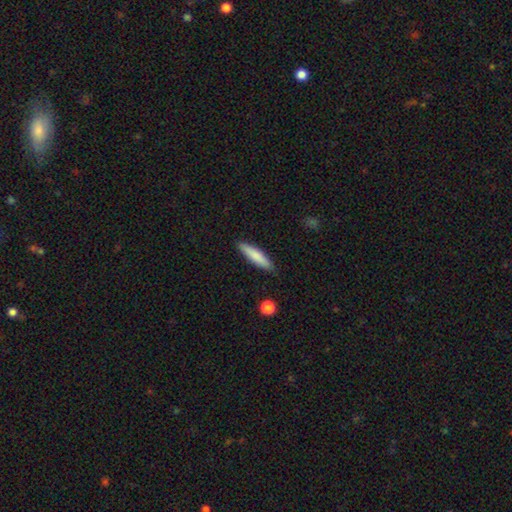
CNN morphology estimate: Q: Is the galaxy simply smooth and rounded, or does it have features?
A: smooth — 79%.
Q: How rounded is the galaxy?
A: cigar-shaped — 81%.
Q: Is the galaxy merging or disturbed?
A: none — 88%.